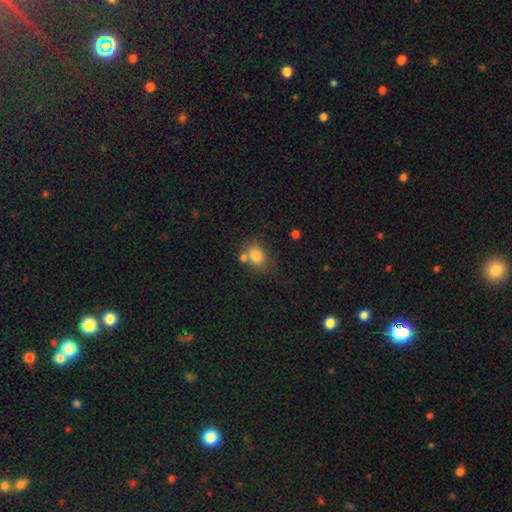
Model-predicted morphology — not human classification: smooth-or-featured: smooth: 80% | star or artifact: 11% | featured or disk: 10%
  how-rounded: in between: 56% | round: 43% | cigar-shaped: 1%
  merging: none: 57% | merger: 23% | minor disturbance: 16% | major disturbance: 5%